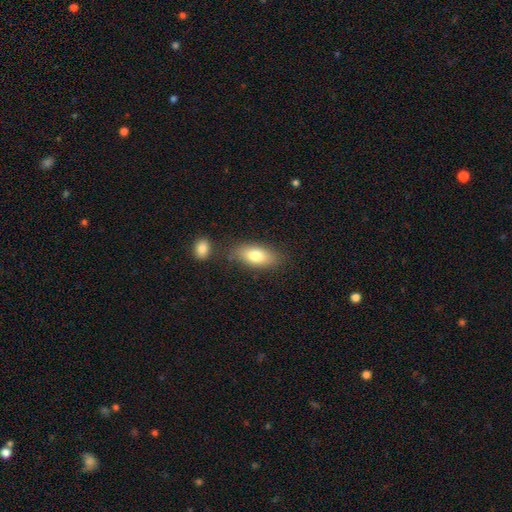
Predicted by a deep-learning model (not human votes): Q: Smooth or featured?
A: smooth (77%); runner-up: featured or disk (16%)
Q: How rounded?
A: in between (84%); runner-up: cigar-shaped (12%)
Q: Merging?
A: none (76%); runner-up: minor disturbance (14%)